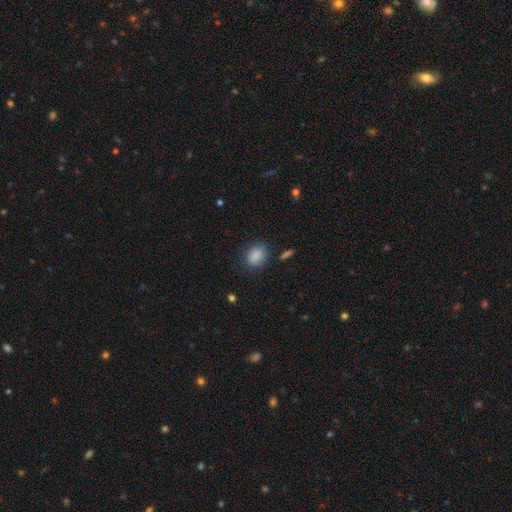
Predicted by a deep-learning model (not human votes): Smooth or featured: smooth — 86% (star or artifact — 8%)
How rounded: in between — 55% (round — 43%)
Merging: none — 77% (minor disturbance — 16%)